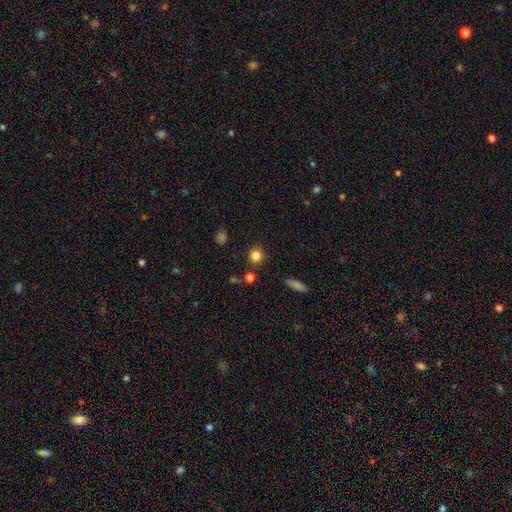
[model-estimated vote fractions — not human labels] smooth_or_featured: smooth (p=0.83) [alt: star or artifact p=0.12]
how_rounded: round (p=0.85) [alt: in between p=0.14]
merging: none (p=0.86) [alt: minor disturbance p=0.08]